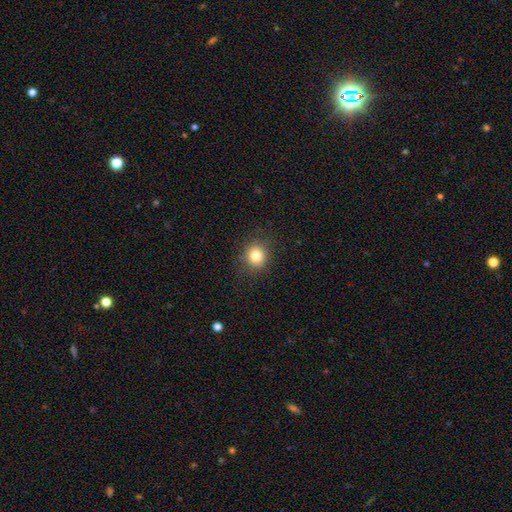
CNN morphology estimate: Smooth or featured? smooth (81%)
How rounded? round (83%)
Merging? none (87%)